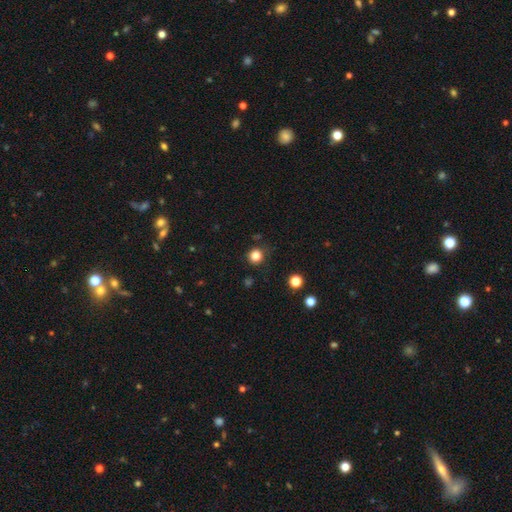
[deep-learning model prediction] Overall: smooth (82%). How rounded: round (93%). Merging: none (88%).